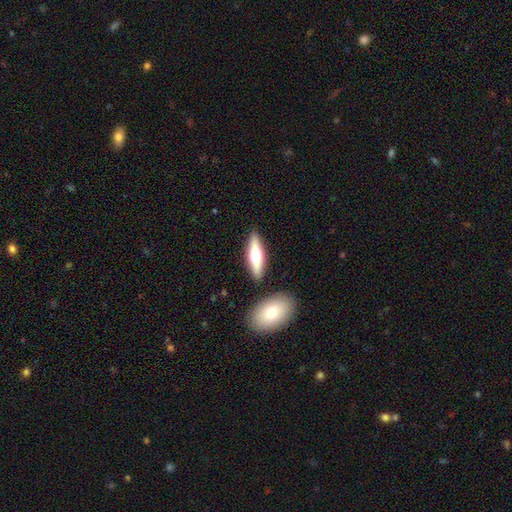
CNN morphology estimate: This is possibly a smooth galaxy (48%). Merging: clearly none (85%).